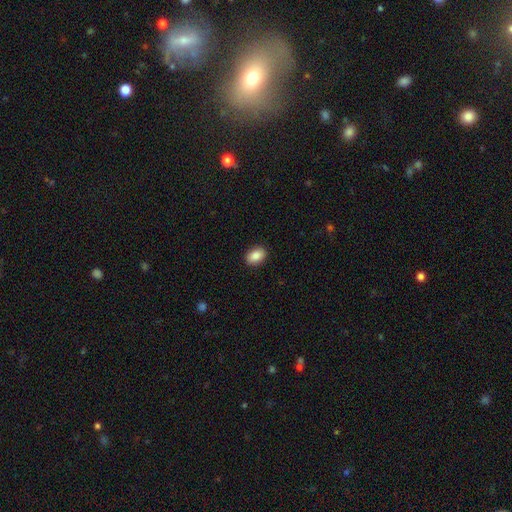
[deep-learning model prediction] Smooth or featured?
  - smooth: 89% *
  - star or artifact: 7%
  - featured or disk: 4%
How rounded?
  - in between: 84% *
  - round: 15%
  - cigar-shaped: 1%
Merging?
  - none: 90% *
  - minor disturbance: 7%
  - major disturbance: 2%
  - merger: 1%